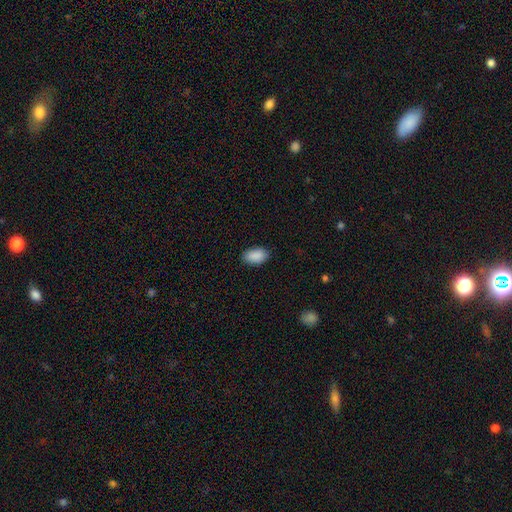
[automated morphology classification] smooth_or_featured: smooth (p=0.90) [alt: star or artifact p=0.07]
how_rounded: in between (p=0.93) [alt: round p=0.05]
merging: none (p=0.85) [alt: minor disturbance p=0.11]